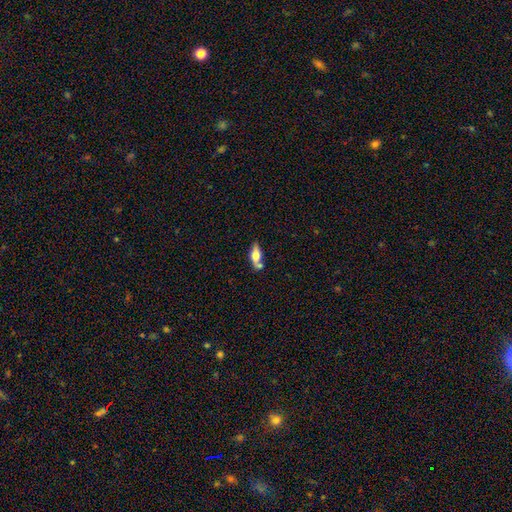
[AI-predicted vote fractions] Morphology: type=smooth (55%); roundness=in between (70%); merging=none (55%).